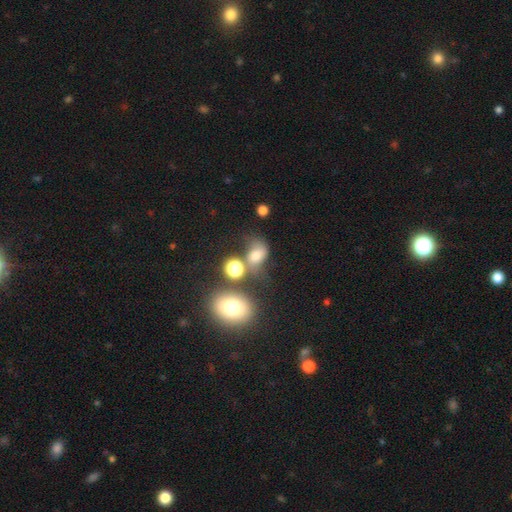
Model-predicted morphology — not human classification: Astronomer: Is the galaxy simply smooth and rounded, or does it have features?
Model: smooth — 61%.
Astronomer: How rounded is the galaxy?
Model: in between — 59% (runner-up: round, 39%).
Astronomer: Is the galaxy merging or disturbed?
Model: none — 39% (runner-up: minor disturbance, 21%).